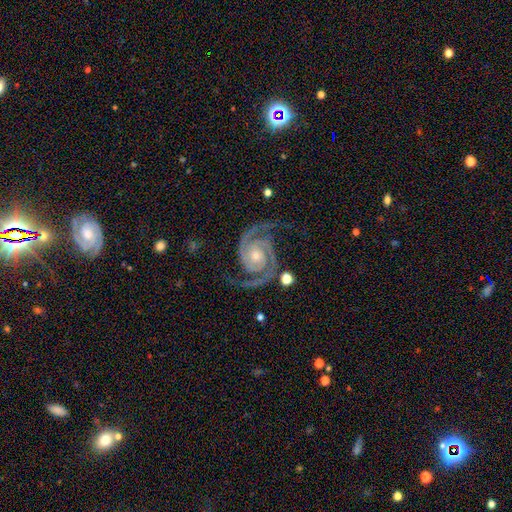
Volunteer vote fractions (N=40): A featured or disk galaxy (95%) with no bar (78%), 2 (95%) tight (51%) spiral arms (100%) and a small central bulge (62%). Merging: none (78%).